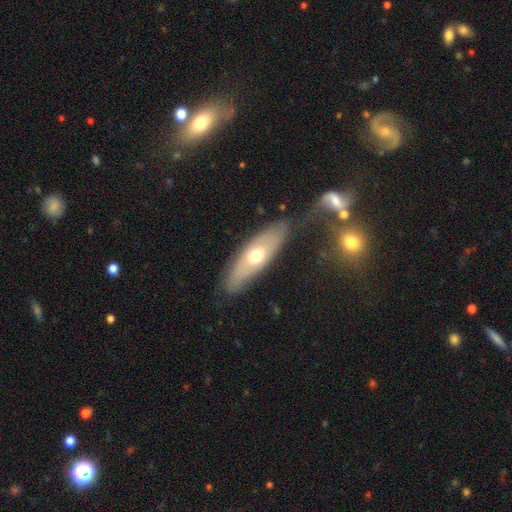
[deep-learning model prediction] Morphology: type=smooth (50%); roundness=in between (57%); merging=none (80%).